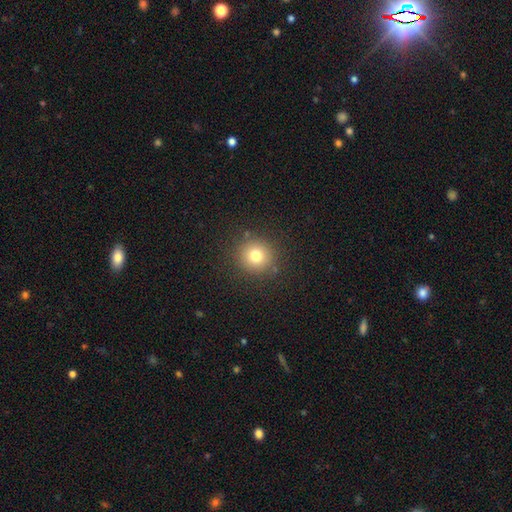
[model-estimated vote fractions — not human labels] This appears to be a smooth galaxy with no disk features (77%) that is round (93%). Merging: none (88%).